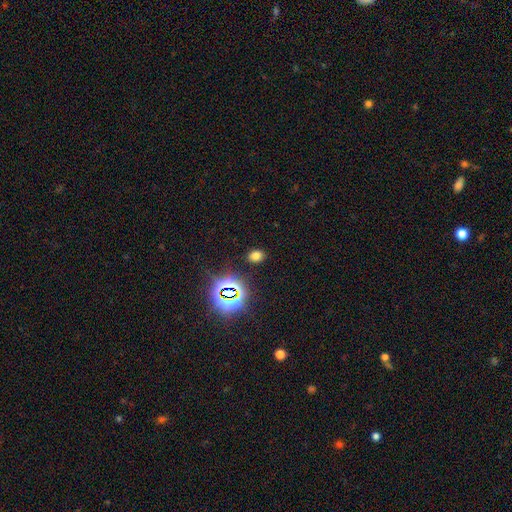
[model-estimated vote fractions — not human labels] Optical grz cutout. It shows a smooth galaxy with no disk features (65%) that is in between round and cigar-shaped (65%). Merging: none (87%).